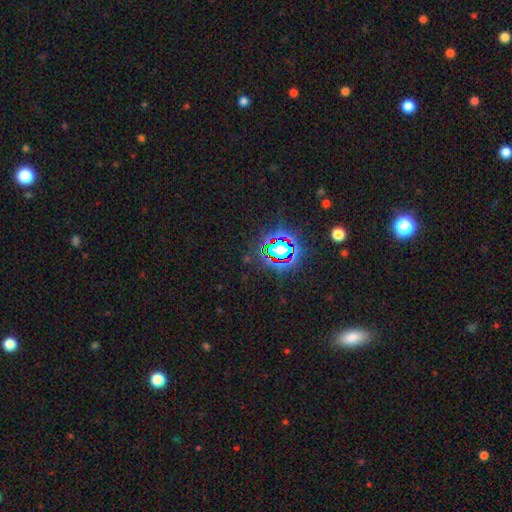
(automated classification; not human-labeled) The model was most divided on "smooth or featured": star or artifact: 78%, smooth: 13%, featured or disk: 9%.